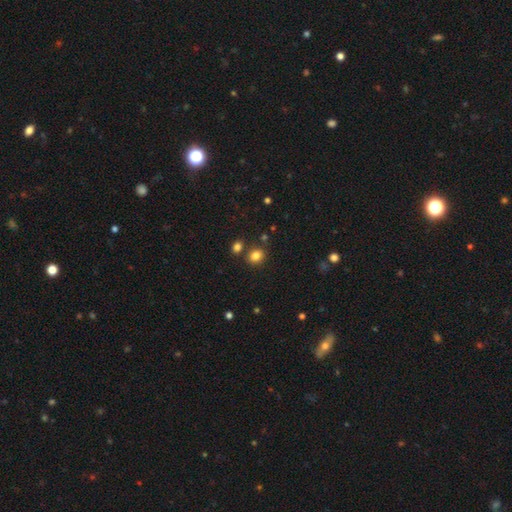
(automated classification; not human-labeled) smooth-or-featured: smooth: 82% | star or artifact: 13% | featured or disk: 5%
  how-rounded: round: 67% | in between: 32% | cigar-shaped: 1%
  merging: none: 79% | merger: 9% | minor disturbance: 9% | major disturbance: 3%